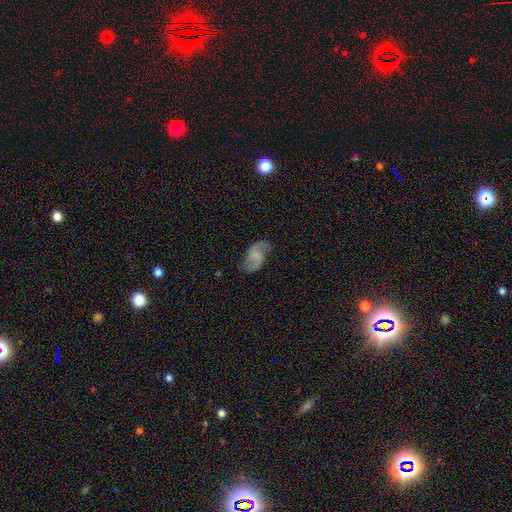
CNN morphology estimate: This appears to be a featured or disk galaxy (75%) with no bar (48%), 2 (92%) loose (49%) spiral arms (95%) and no central bulge (59%). Merging: none (74%).